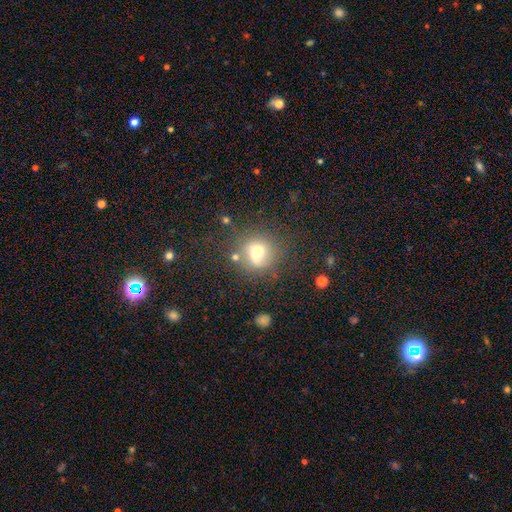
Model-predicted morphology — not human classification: A smooth galaxy with no disk features (60%) that is round (84%). Merging: none (58%).